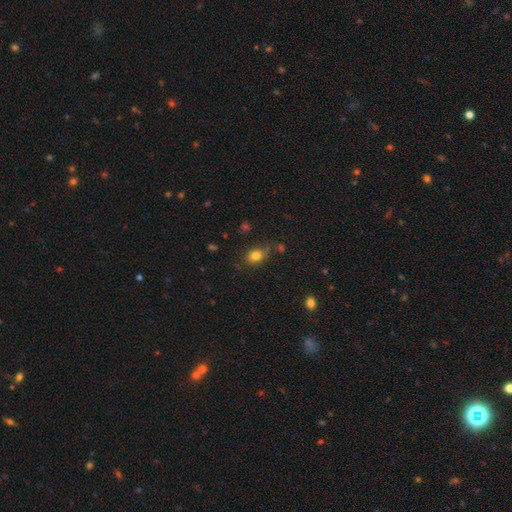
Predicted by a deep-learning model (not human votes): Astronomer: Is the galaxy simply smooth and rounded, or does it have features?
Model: smooth — 80%.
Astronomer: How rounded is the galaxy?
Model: in between — 53% (runner-up: round, 46%).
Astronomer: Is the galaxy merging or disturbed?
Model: none — 75%.